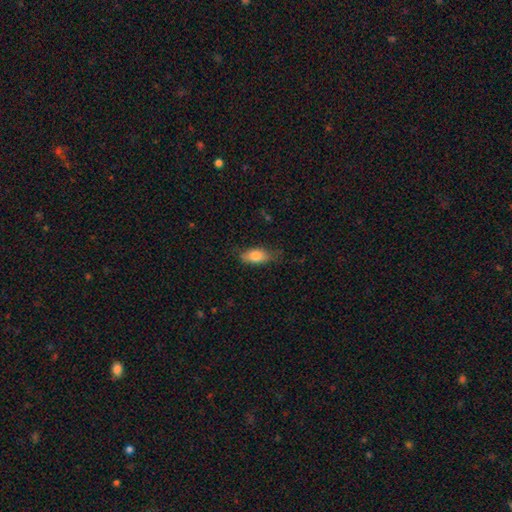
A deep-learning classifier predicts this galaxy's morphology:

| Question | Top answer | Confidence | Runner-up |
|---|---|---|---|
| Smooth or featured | smooth | 79% | featured or disk (14%) |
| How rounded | in between | 84% | cigar-shaped (12%) |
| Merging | none | 70% | minor disturbance (23%) |